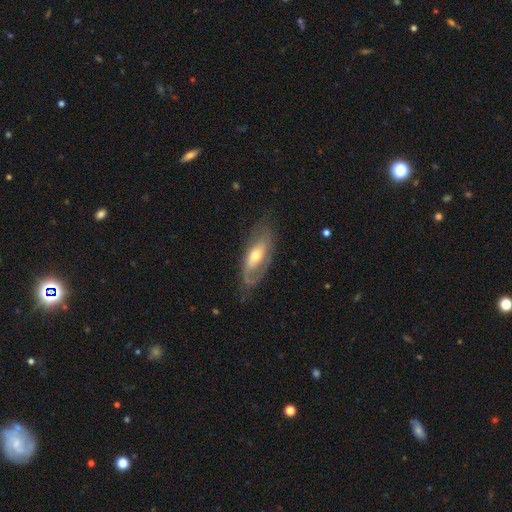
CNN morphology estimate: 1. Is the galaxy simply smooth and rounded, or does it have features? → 66% featured or disk, 28% smooth, 6% star or artifact.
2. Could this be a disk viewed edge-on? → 85% no, 15% yes.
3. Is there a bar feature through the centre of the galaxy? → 58% no, 29% weak, 13% strong.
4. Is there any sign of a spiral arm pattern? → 69% yes, 31% no.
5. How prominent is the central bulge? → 65% moderate, 25% small, 7% large, 1% none, 1% dominant.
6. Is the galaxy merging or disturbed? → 64% none, 22% minor disturbance, 12% major disturbance, 2% merger.